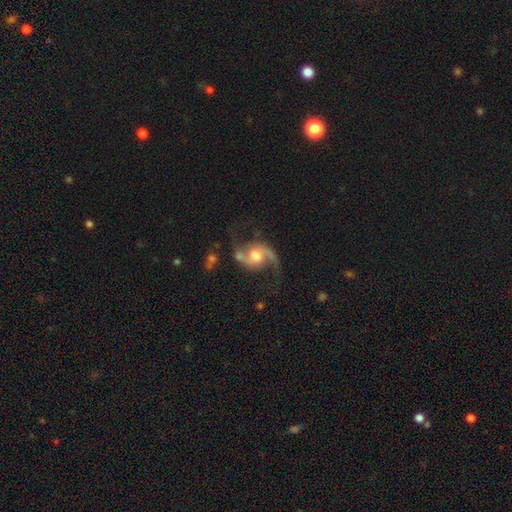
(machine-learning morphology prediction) A featured or disk galaxy (89%) with no bar (48%), 2 (92%) loose (61%) spiral arms (97%) and a moderate central bulge (57%). Merging: none (65%).